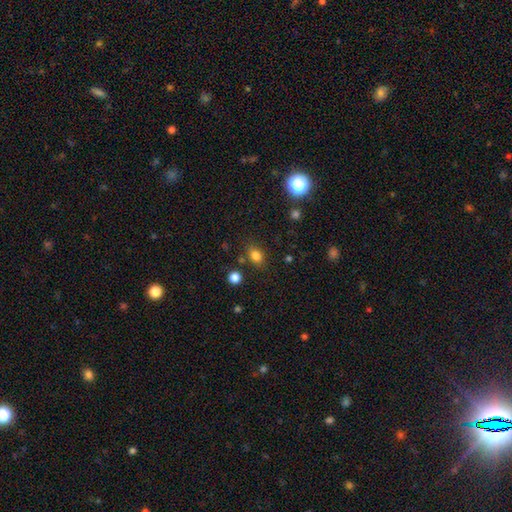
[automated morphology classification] A smooth galaxy with no disk features (80%) that is in between round and cigar-shaped (58%).

Vote fractions:
- Smooth or featured? smooth: 80% / star or artifact: 13% / featured or disk: 7%
- How rounded? in between: 58% / round: 40% / cigar-shaped: 2%
- Merging? none: 77% / minor disturbance: 14% / merger: 6% / major disturbance: 4%